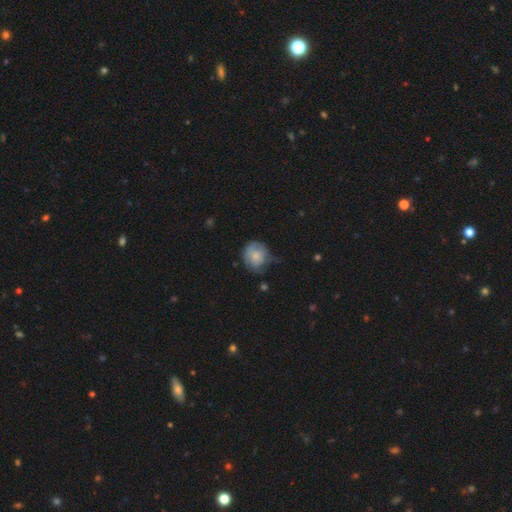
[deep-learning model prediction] smooth 65%, featured or disk 28%, star or artifact 7%. Down the decision tree: how rounded — round (74%); merging — none (42%).